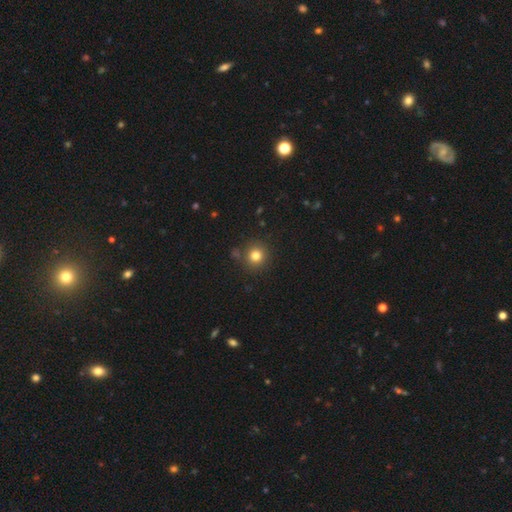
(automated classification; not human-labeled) Q: Smooth or featured?
A: smooth (80%); runner-up: star or artifact (13%)
Q: How rounded?
A: round (93%); runner-up: in between (6%)
Q: Merging?
A: none (85%); runner-up: minor disturbance (8%)